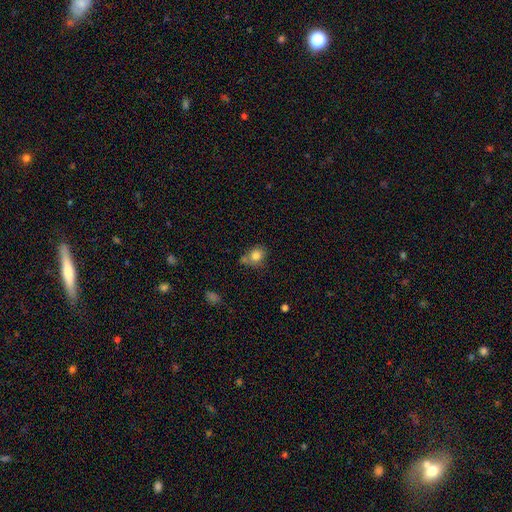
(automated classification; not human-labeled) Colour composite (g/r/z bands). It shows a smooth galaxy with no disk features (80%) that is round (70%). Merging: none (56%).